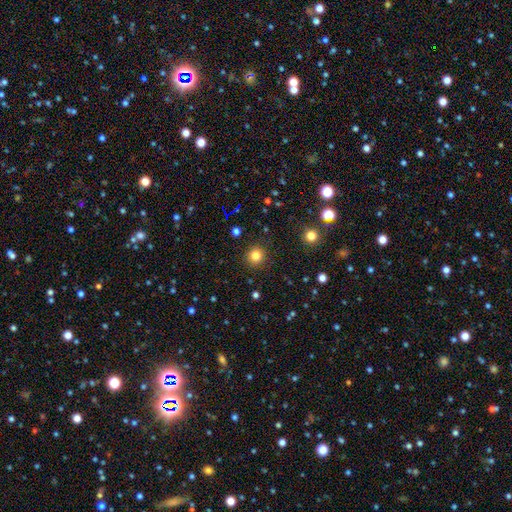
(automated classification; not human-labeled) This is clearly a smooth galaxy (82%). How rounded: clearly round (93%). Merging: clearly none (91%).